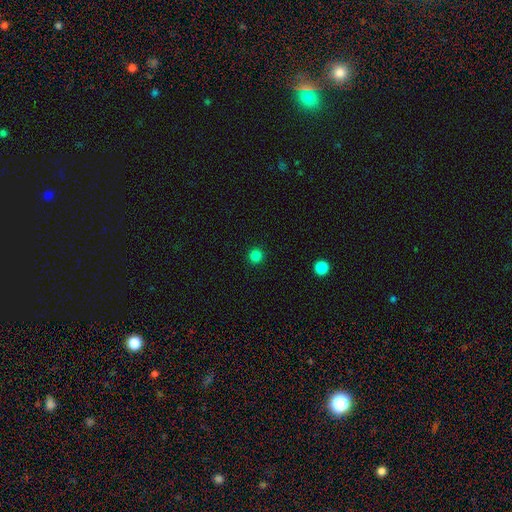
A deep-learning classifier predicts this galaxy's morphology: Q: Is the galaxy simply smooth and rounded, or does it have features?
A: smooth — 83%.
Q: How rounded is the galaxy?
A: round — 96%.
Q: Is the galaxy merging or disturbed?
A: none — 93%.